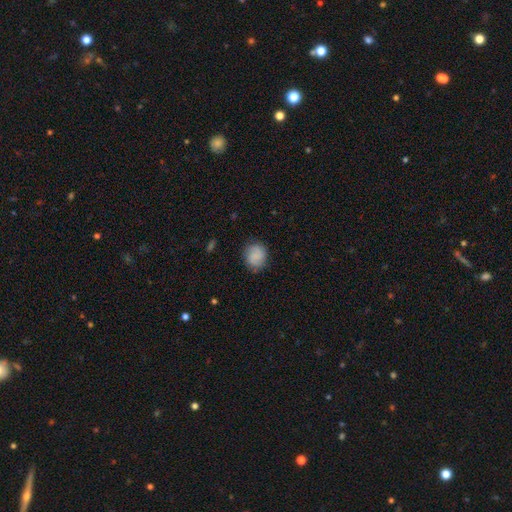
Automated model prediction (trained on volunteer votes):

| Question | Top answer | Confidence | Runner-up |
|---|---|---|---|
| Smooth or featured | smooth | 75% | featured or disk (17%) |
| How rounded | round | 68% | in between (31%) |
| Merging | none | 81% | minor disturbance (14%) |